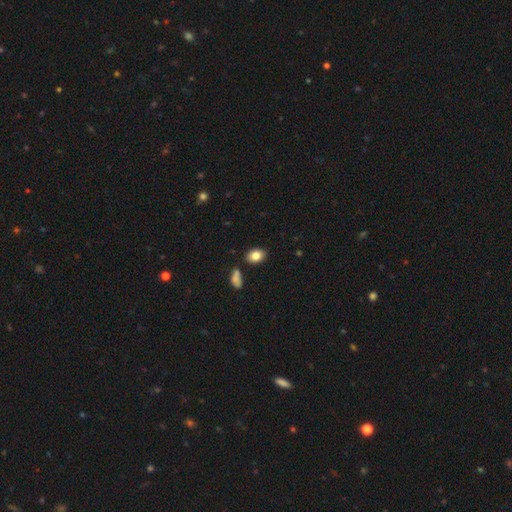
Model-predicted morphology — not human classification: Smooth or featured: smooth — 83% (star or artifact — 8%)
How rounded: in between — 79% (round — 20%)
Merging: none — 81% (minor disturbance — 11%)